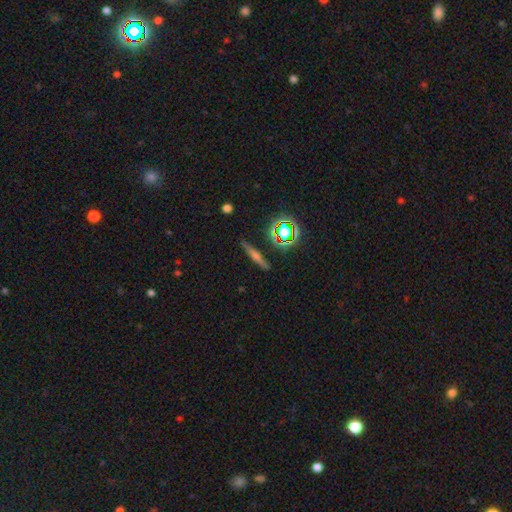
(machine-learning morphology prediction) A featured or disk galaxy (47%).

Vote fractions:
- Smooth or featured? featured or disk: 47% / smooth: 34% / star or artifact: 19%
- Merging? none: 87% / minor disturbance: 9% / major disturbance: 2% / merger: 2%